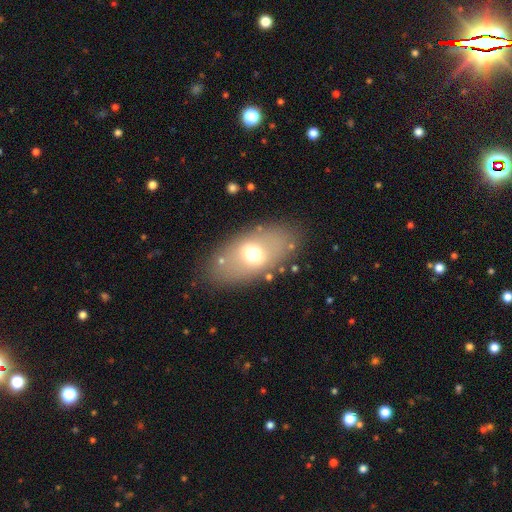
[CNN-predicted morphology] type=smooth (58%); roundness=in between (88%); merging=none (82%).